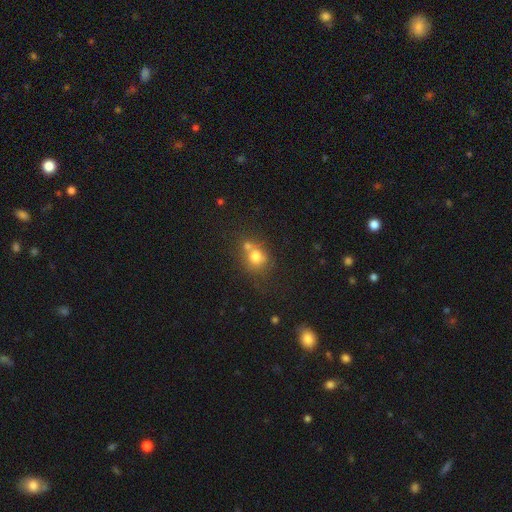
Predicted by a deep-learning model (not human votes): A smooth galaxy with no disk features (71%) that is round (75%). Merging: none (45%).